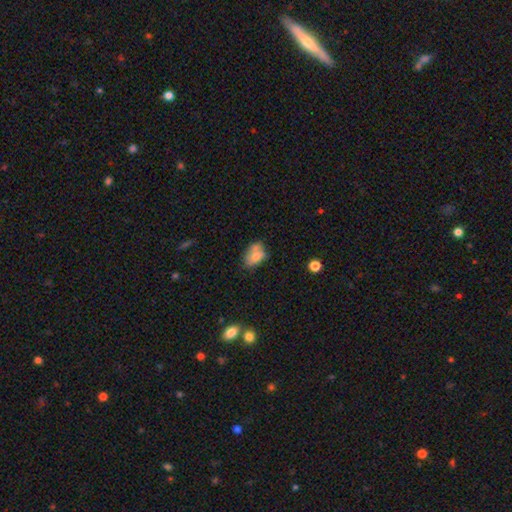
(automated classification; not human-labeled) smooth_or_featured: smooth (p=0.69) [alt: featured or disk p=0.21]
how_rounded: in between (p=0.82) [alt: round p=0.16]
merging: none (p=0.38) [alt: merger p=0.29]